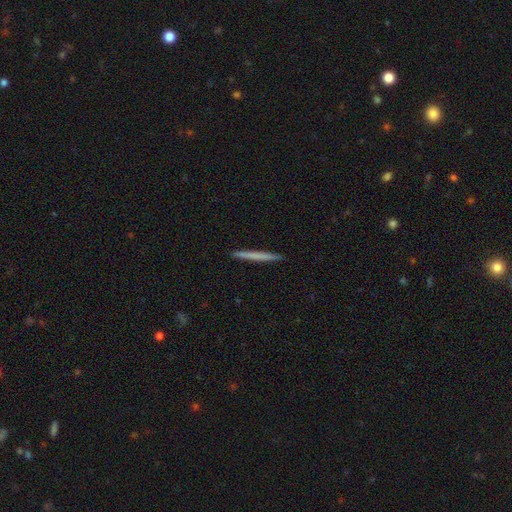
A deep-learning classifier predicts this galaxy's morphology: Smooth or featured: smooth — 61% (featured or disk — 34%)
How rounded: cigar-shaped — 97% (in between — 2%)
Merging: none — 93% (minor disturbance — 5%)